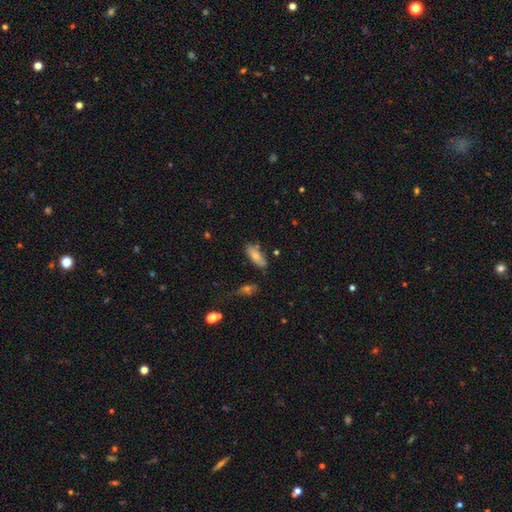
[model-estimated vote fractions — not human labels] This is likely a smooth galaxy (74%). How rounded: likely in between (76%). Merging: likely none (71%).